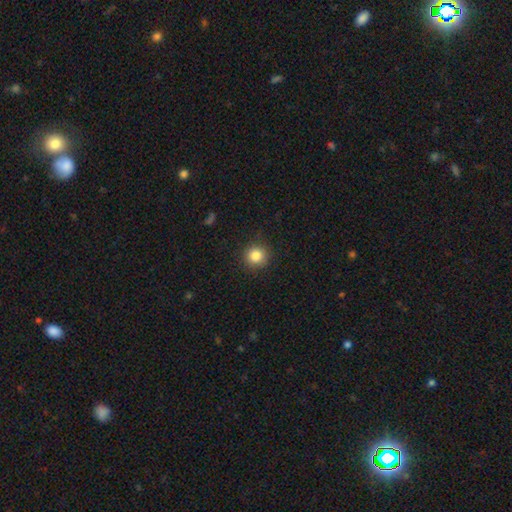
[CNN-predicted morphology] smooth_or_featured: smooth (p=0.84) [alt: star or artifact p=0.11]
how_rounded: round (p=0.94) [alt: in between p=0.05]
merging: none (p=0.90) [alt: minor disturbance p=0.07]